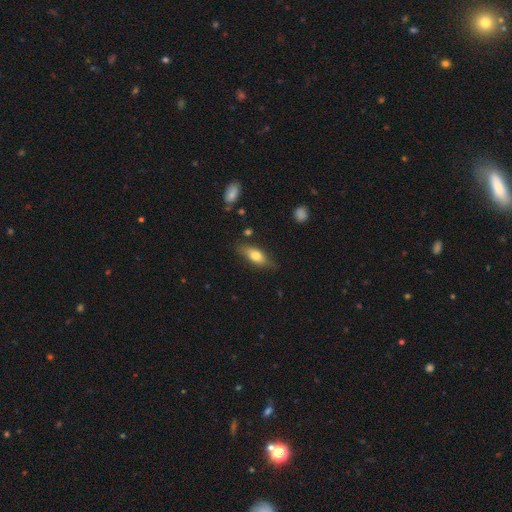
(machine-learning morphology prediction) Smooth or featured: smooth — 67% (featured or disk — 26%)
How rounded: in between — 70% (cigar-shaped — 26%)
Merging: none — 76% (minor disturbance — 18%)